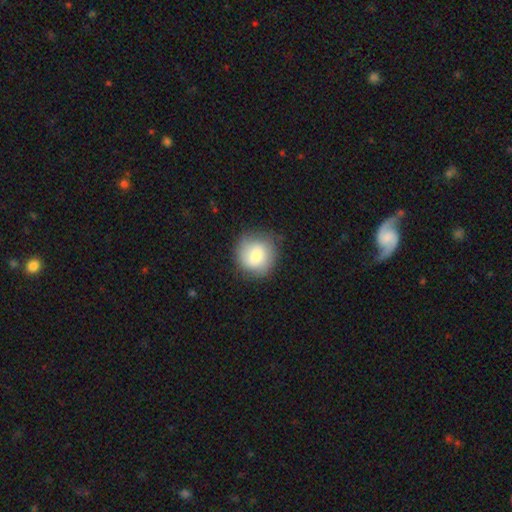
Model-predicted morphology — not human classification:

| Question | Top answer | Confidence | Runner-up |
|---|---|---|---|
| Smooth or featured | smooth | 76% | featured or disk (16%) |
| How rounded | round | 90% | in between (9%) |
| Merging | none | 78% | minor disturbance (16%) |